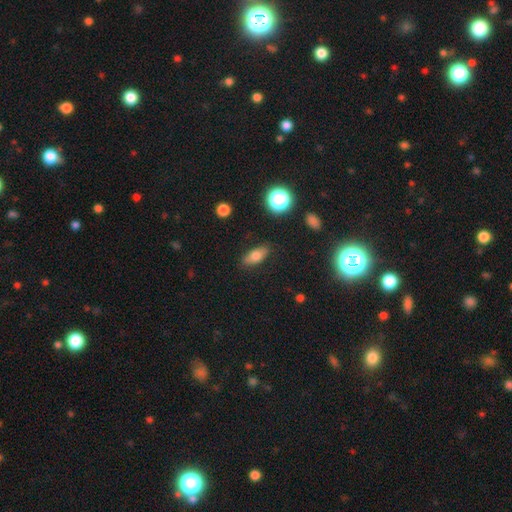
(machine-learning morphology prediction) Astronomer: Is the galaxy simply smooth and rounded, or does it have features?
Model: smooth — 72%.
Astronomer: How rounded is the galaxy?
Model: in between — 77%.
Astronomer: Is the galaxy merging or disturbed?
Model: none — 85%.